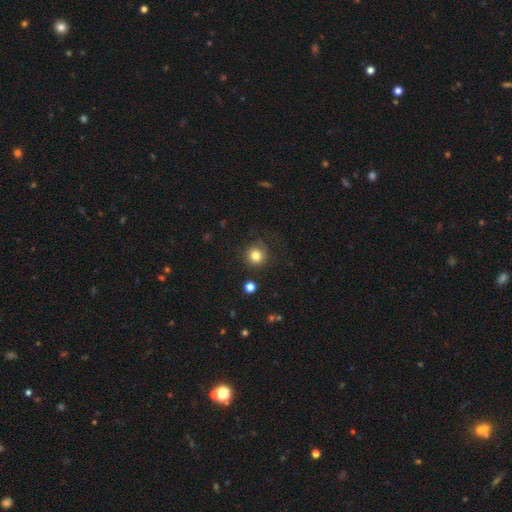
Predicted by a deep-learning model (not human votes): smooth-or-featured: smooth: 82% | star or artifact: 12% | featured or disk: 6%
  how-rounded: round: 94% | in between: 5% | cigar-shaped: 1%
  merging: none: 86% | minor disturbance: 9% | major disturbance: 3% | merger: 2%